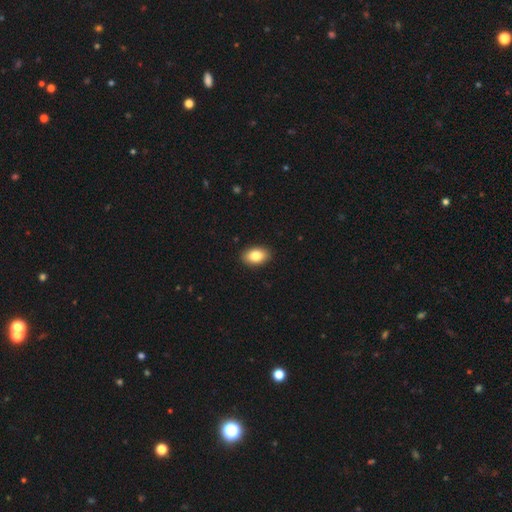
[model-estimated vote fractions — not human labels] Q: Smooth or featured?
A: smooth (84%); runner-up: featured or disk (8%)
Q: How rounded?
A: in between (89%); runner-up: round (10%)
Q: Merging?
A: none (90%); runner-up: minor disturbance (7%)